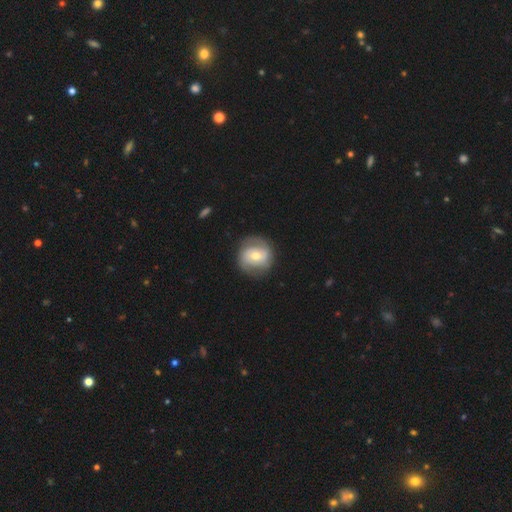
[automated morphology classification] featured or disk 67%, smooth 27%, star or artifact 6%. Down the decision tree: edge-on disk — no (97%); bar — no (46%); spiral arms — yes (85%); spiral arm count — 2 (74%); spiral winding — tight (45%); bulge size — moderate (64%); merging — none (79%).